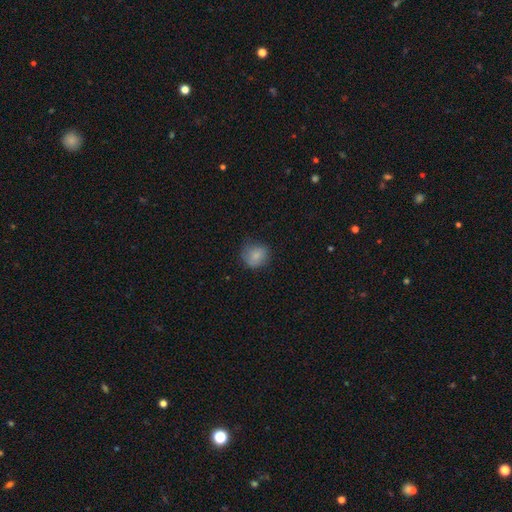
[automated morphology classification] The model was most divided on "merging": none: 71%, minor disturbance: 22%, major disturbance: 6%, merger: 1%. More confident: smooth or featured — smooth (84%); how rounded — round (76%).